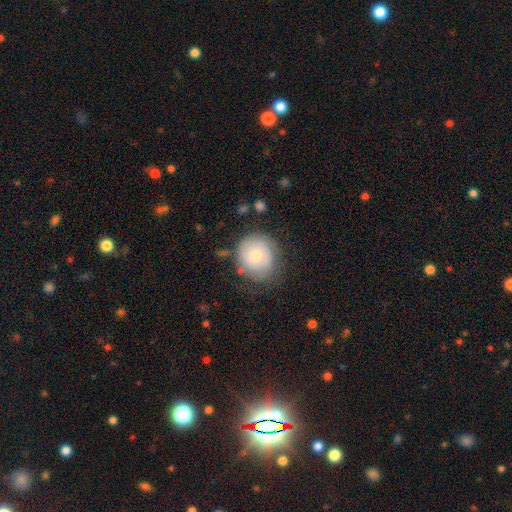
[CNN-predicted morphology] Smooth or featured: smooth — 54% (featured or disk — 39%)
How rounded: round — 86% (in between — 13%)
Merging: none — 64% (minor disturbance — 22%)